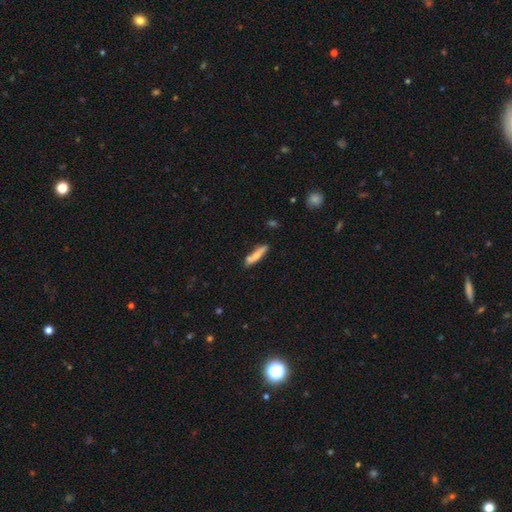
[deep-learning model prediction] smooth-or-featured: smooth: 67% | featured or disk: 27% | star or artifact: 6%
  how-rounded: cigar-shaped: 85% | in between: 13% | round: 2%
  merging: none: 73% | minor disturbance: 16% | merger: 8% | major disturbance: 3%